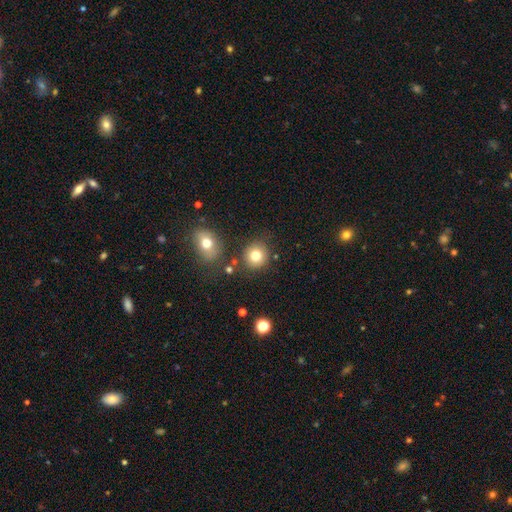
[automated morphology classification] Smooth or featured? Predicted: smooth (p=0.80). How rounded? Predicted: round (p=0.86). Merging? Predicted: none (p=0.81).